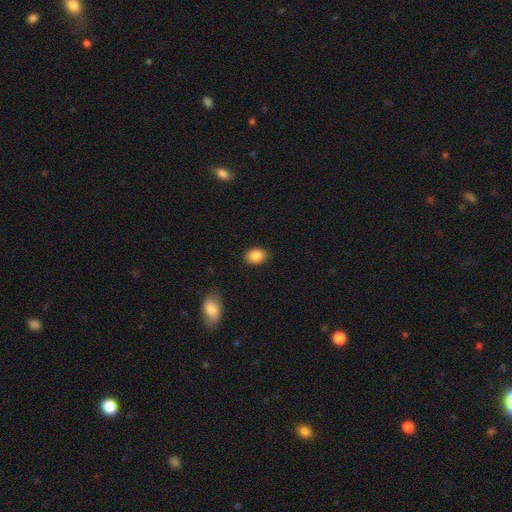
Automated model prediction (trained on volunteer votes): smooth-or-featured: smooth: 86% | star or artifact: 8% | featured or disk: 6%
  how-rounded: in between: 71% | round: 28% | cigar-shaped: 1%
  merging: none: 87% | minor disturbance: 10% | major disturbance: 2% | merger: 1%